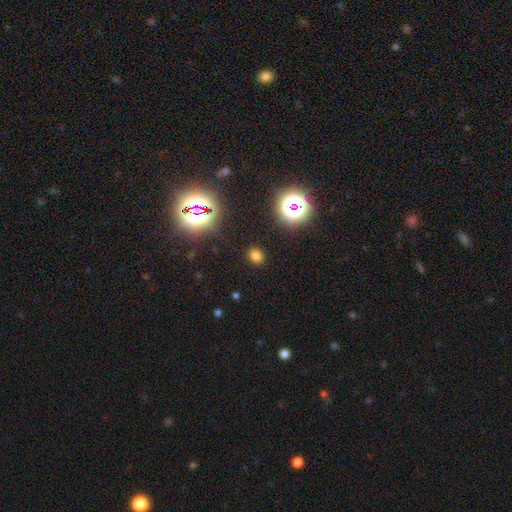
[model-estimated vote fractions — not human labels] Overall: smooth (69%). How rounded: round (61%; in between 38%). Merging: none (88%).